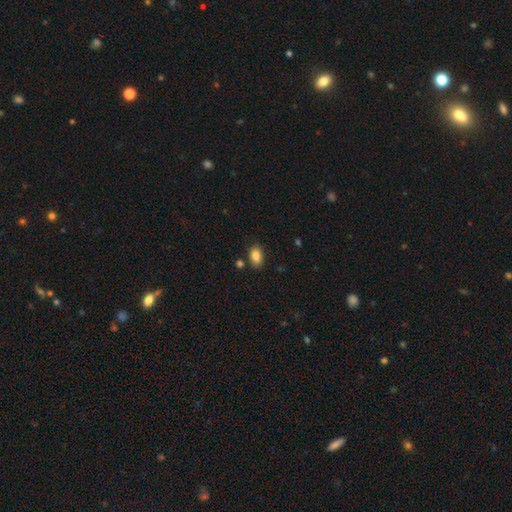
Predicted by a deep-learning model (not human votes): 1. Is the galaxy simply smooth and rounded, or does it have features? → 86% smooth, 8% star or artifact, 5% featured or disk.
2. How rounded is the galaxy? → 89% in between, 10% round, 2% cigar-shaped.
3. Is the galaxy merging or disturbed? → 81% none, 12% minor disturbance, 5% merger, 3% major disturbance.